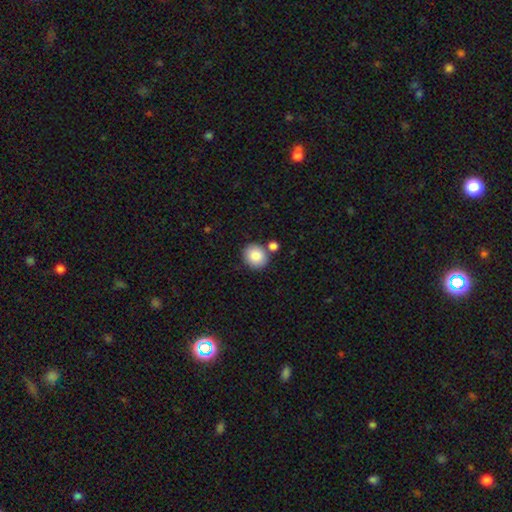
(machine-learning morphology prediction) type=smooth (86%); roundness=round (82%); merging=none (73%).